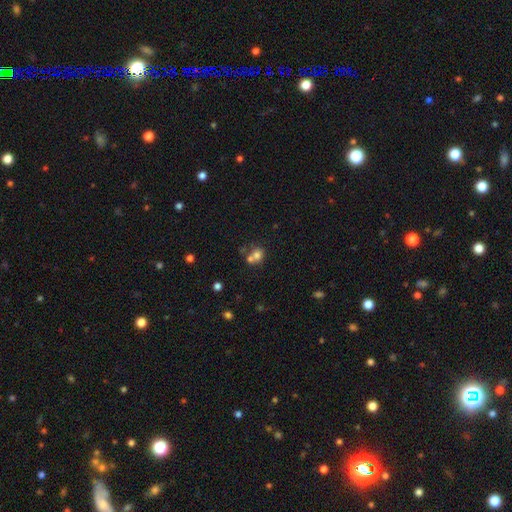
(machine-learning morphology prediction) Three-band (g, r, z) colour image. It shows a smooth galaxy with no disk features (70%) that is round (73%). Merging: merger (50%).